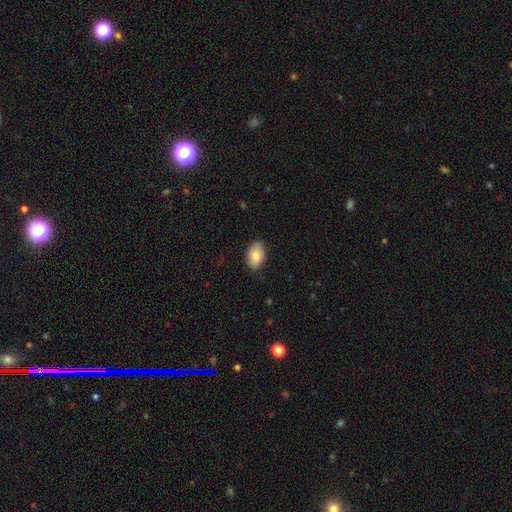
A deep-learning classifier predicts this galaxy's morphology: smooth 80%, featured or disk 13%, star or artifact 7%. Down the decision tree: how rounded — in between (91%); merging — none (82%).